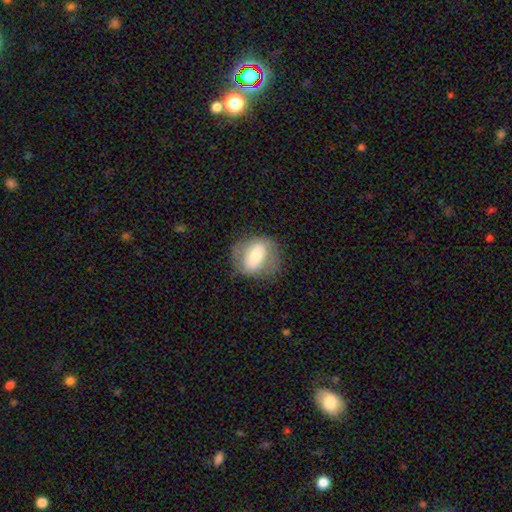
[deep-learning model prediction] smooth 49%, featured or disk 43%, star or artifact 7%. Down the decision tree: merging — none (72%).